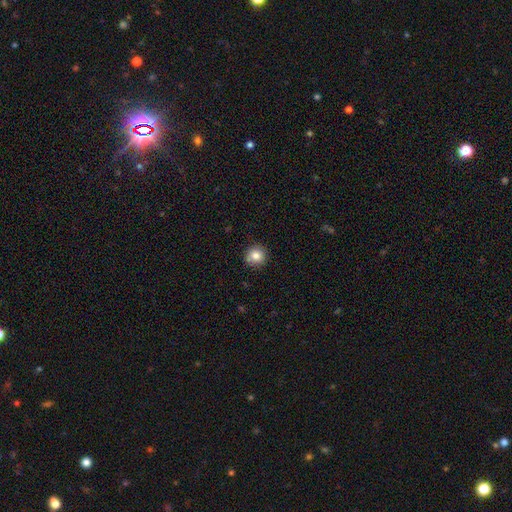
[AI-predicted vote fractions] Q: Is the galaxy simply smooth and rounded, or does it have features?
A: smooth — 83%.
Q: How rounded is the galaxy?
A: round — 92%.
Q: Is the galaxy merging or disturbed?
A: none — 86%.